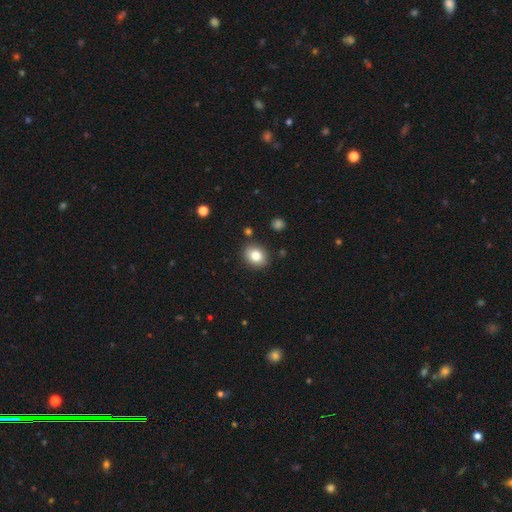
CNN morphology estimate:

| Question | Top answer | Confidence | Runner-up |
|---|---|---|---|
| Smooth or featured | smooth | 82% | star or artifact (9%) |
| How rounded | round | 52% | in between (48%) |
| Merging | none | 87% | minor disturbance (9%) |